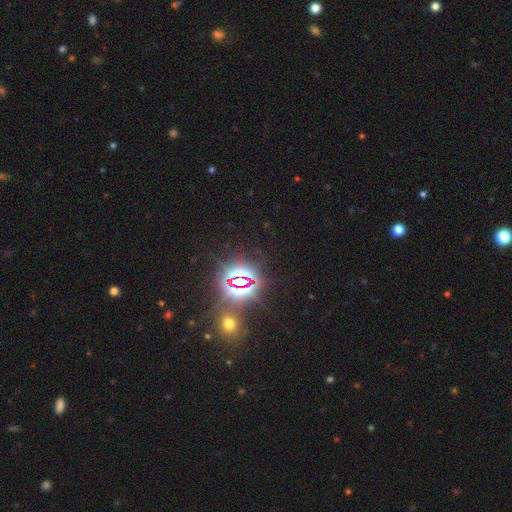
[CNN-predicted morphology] Smooth or featured: star or artifact — 83% (smooth — 12%)